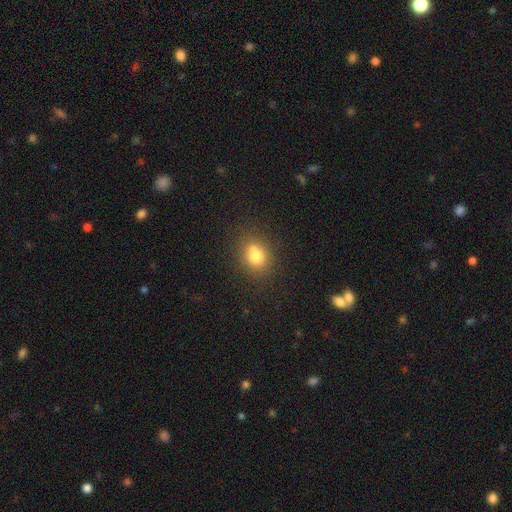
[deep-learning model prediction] Smooth or featured?
  - smooth: 74% *
  - featured or disk: 14%
  - star or artifact: 12%
How rounded?
  - round: 66% *
  - in between: 33%
  - cigar-shaped: 1%
Merging?
  - none: 54% *
  - merger: 28%
  - minor disturbance: 13%
  - major disturbance: 4%